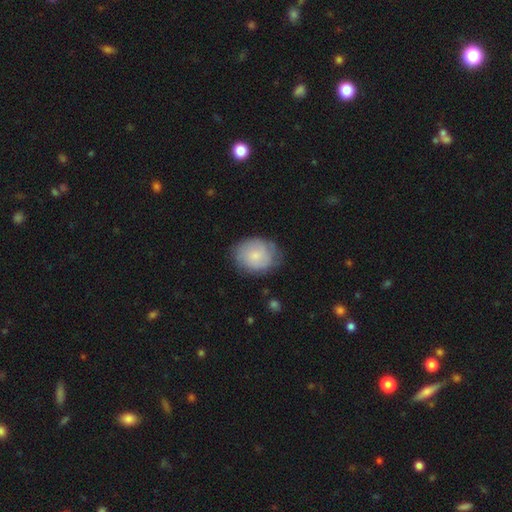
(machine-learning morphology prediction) This appears to be a smooth galaxy with no disk features (65%) that is round (53%). Merging: none (71%).